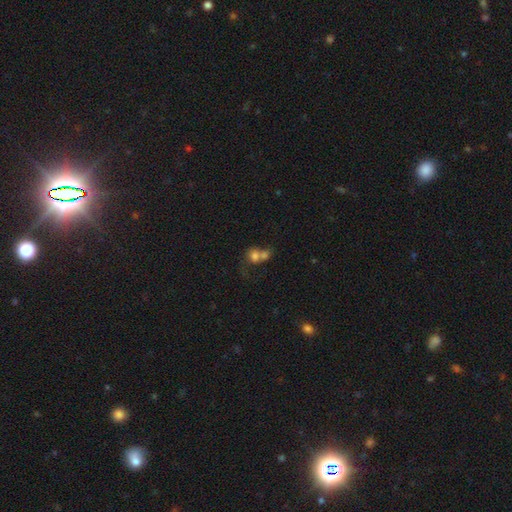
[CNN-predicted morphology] The model was most divided on "how rounded": round: 65%, in between: 33%, cigar-shaped: 1%. More confident: smooth or featured — smooth (71%); merging — merger (69%).